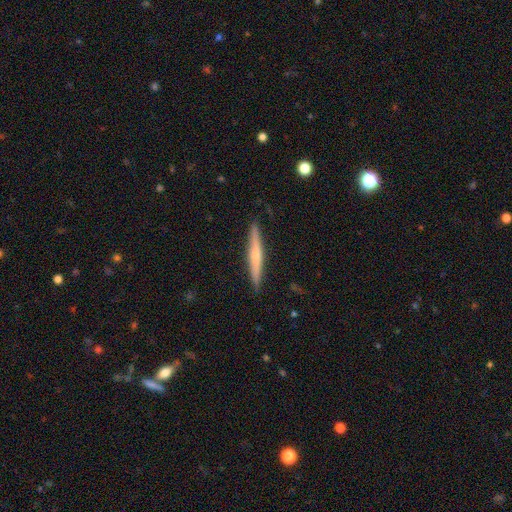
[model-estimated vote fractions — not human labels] A featured or disk galaxy (51%) viewed edge-on (97%). Merging: none (91%).